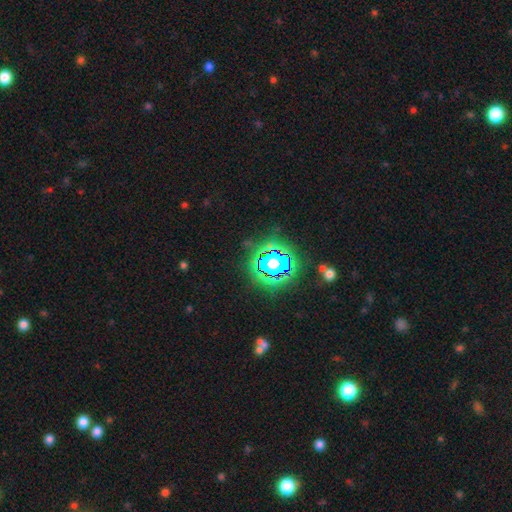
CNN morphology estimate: smooth-or-featured: star or artifact: 82% | smooth: 12% | featured or disk: 7%